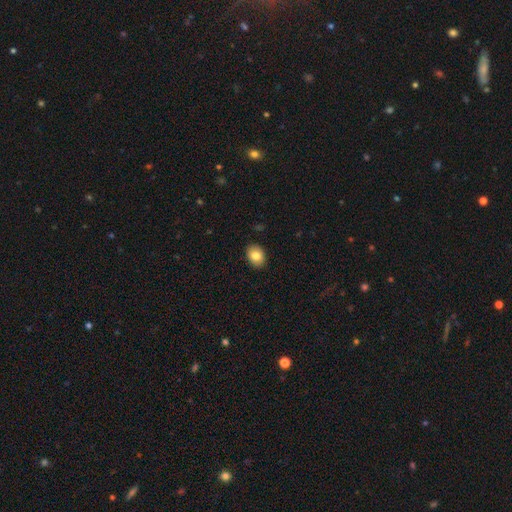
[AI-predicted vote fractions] Smooth or featured: smooth — 84% (featured or disk — 9%)
How rounded: in between — 69% (round — 30%)
Merging: none — 90% (minor disturbance — 7%)